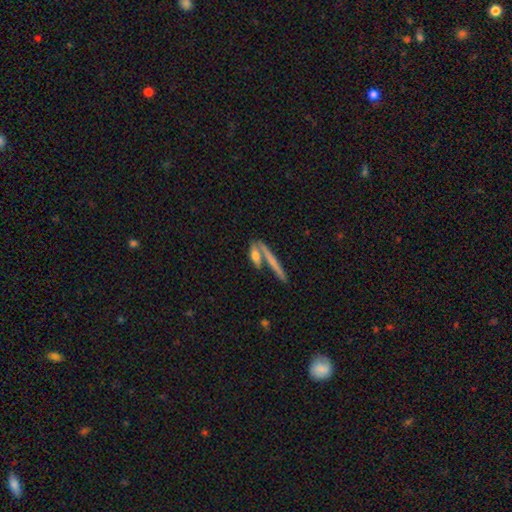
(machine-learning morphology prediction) Q: Smooth or featured?
A: smooth (58%); runner-up: featured or disk (34%)
Q: How rounded?
A: cigar-shaped (65%); runner-up: in between (29%)
Q: Merging?
A: none (50%); runner-up: merger (32%)